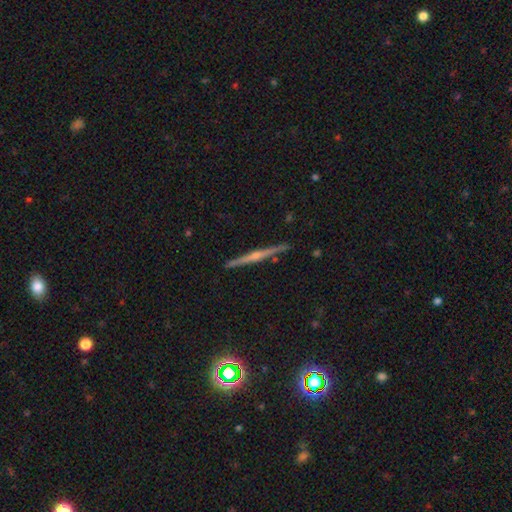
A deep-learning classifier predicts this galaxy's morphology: type=featured or disk (78%); edge-on=yes (98%); edge-on bulge=rounded (74%); merging=none (92%).